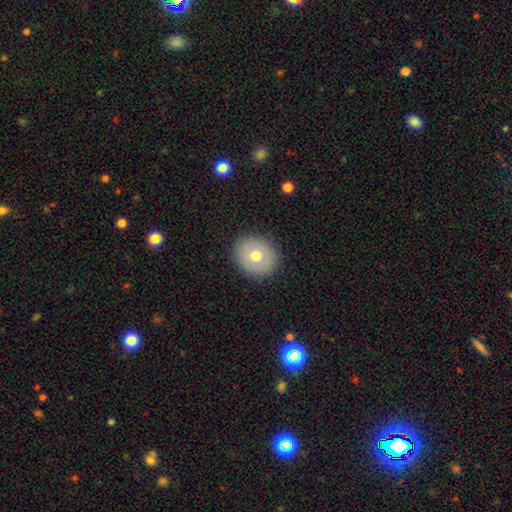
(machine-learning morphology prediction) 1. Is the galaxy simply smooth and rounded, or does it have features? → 71% smooth, 20% featured or disk, 9% star or artifact.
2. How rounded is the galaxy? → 73% round, 26% in between, 1% cigar-shaped.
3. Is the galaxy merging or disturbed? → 90% none, 7% minor disturbance, 2% major disturbance, 1% merger.